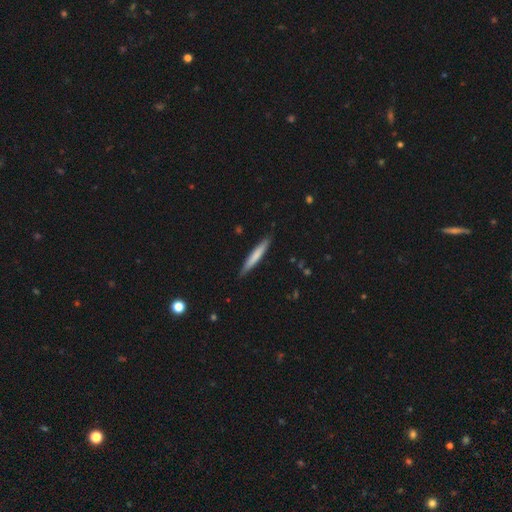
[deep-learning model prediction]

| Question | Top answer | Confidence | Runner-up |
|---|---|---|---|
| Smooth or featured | smooth | 68% | featured or disk (27%) |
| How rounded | cigar-shaped | 95% | in between (4%) |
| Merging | none | 87% | minor disturbance (10%) |